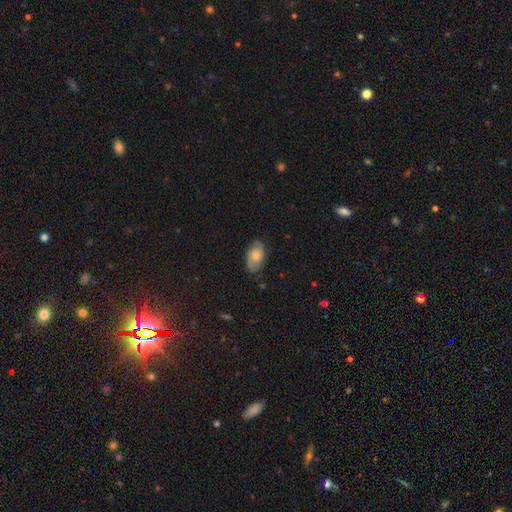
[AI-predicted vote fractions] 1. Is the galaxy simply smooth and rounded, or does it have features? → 49% featured or disk, 44% smooth, 7% star or artifact.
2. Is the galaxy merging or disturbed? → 79% none, 16% minor disturbance, 4% major disturbance, 1% merger.